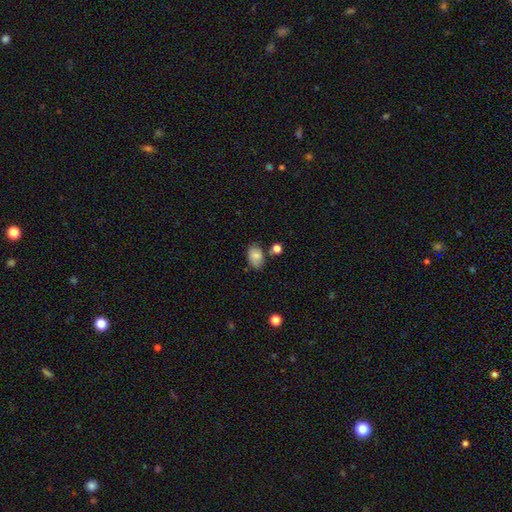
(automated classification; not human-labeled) Morphology: type=smooth (83%); roundness=in between (87%); merging=none (68%).